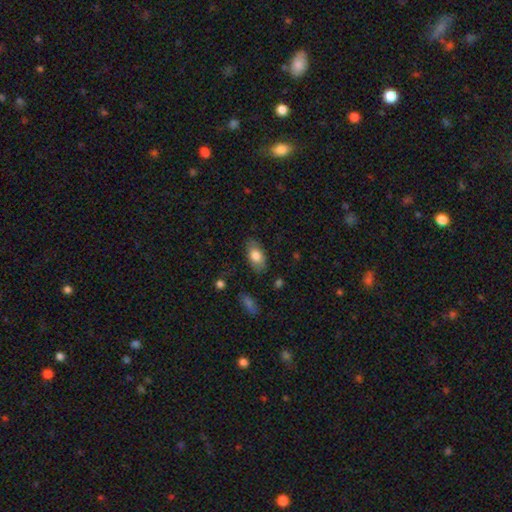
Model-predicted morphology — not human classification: smooth 78%, featured or disk 15%, star or artifact 7%. Down the decision tree: how rounded — in between (91%); merging — none (81%).